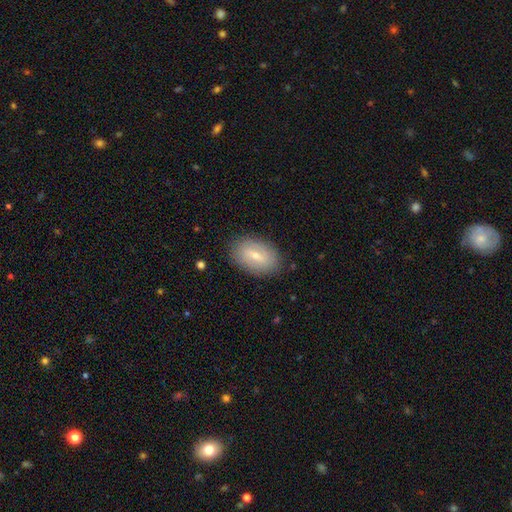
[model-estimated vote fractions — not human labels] featured or disk 49%, smooth 44%, star or artifact 8%. Down the decision tree: merging — none (85%).